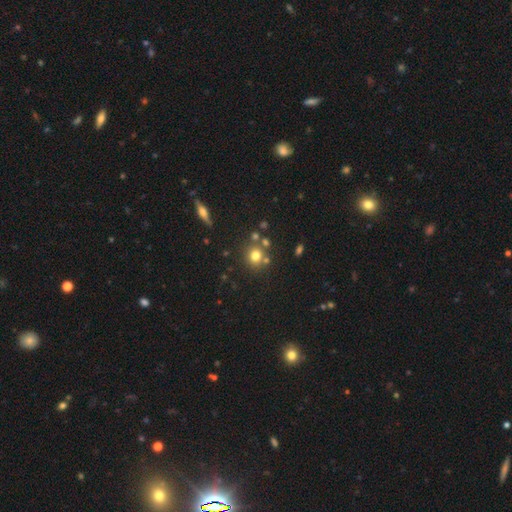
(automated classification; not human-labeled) A smooth galaxy with no disk features (73%) that is round (87%).

Vote fractions:
- Smooth or featured? smooth: 73% / star or artifact: 16% / featured or disk: 11%
- How rounded? round: 87% / in between: 12% / cigar-shaped: 1%
- Merging? none: 72% / merger: 15% / minor disturbance: 10% / major disturbance: 3%